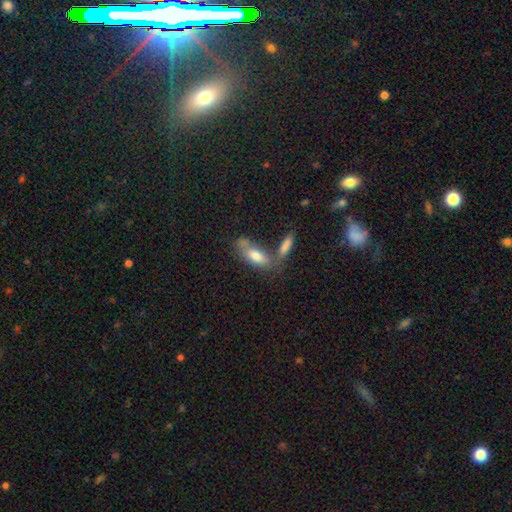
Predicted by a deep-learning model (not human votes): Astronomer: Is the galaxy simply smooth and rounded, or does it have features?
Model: smooth — 72%.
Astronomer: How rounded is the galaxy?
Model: in between — 72%.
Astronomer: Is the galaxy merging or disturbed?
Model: none — 39% (runner-up: merger, 38%).